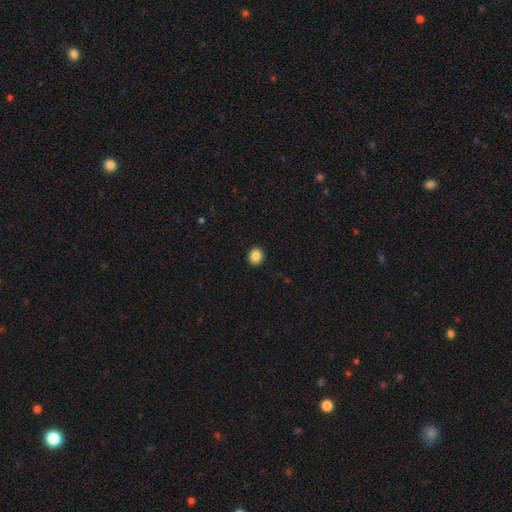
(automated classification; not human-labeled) smooth-or-featured: smooth: 86% | star or artifact: 10% | featured or disk: 4%
  how-rounded: round: 77% | in between: 22% | cigar-shaped: 1%
  merging: none: 92% | minor disturbance: 6% | major disturbance: 2% | merger: 1%